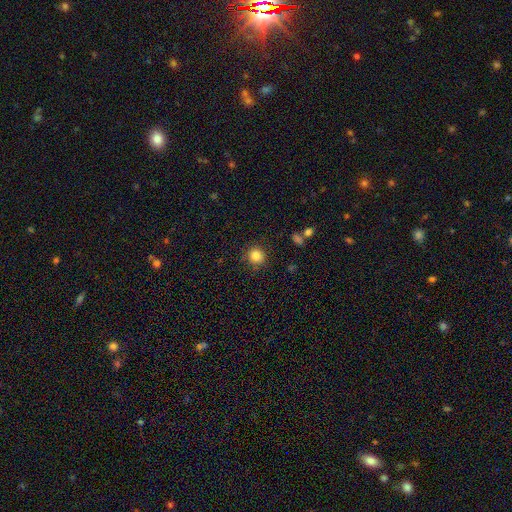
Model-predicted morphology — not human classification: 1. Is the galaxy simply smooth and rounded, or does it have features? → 84% smooth, 11% star or artifact, 5% featured or disk.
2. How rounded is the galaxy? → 91% round, 8% in between, 1% cigar-shaped.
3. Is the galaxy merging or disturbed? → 87% none, 9% minor disturbance, 3% major disturbance, 2% merger.